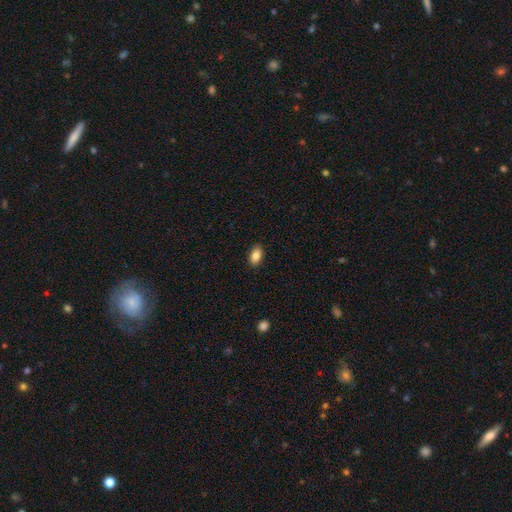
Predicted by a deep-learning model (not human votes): This is clearly a smooth galaxy (87%). How rounded: clearly in between (91%). Merging: clearly none (88%).